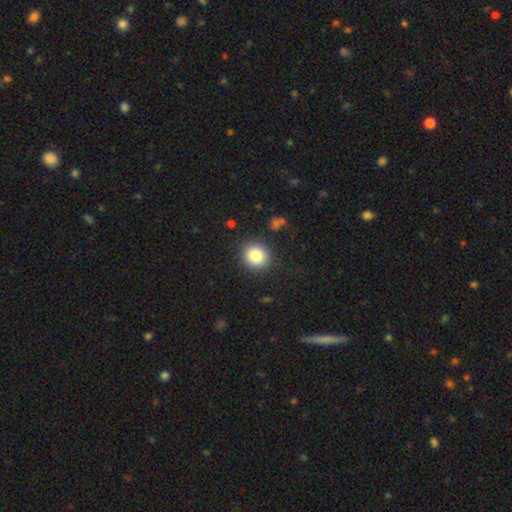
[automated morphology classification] This is clearly a smooth galaxy (83%). How rounded: clearly round (88%). Merging: clearly none (89%).